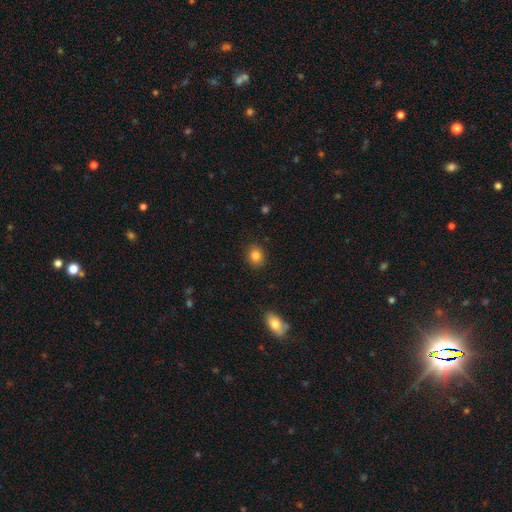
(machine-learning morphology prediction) A smooth galaxy with no disk features (84%) that is round (67%).

Vote fractions:
- Smooth or featured? smooth: 84% / star or artifact: 10% / featured or disk: 6%
- How rounded? round: 67% / in between: 32% / cigar-shaped: 1%
- Merging? none: 89% / minor disturbance: 8% / major disturbance: 2% / merger: 1%